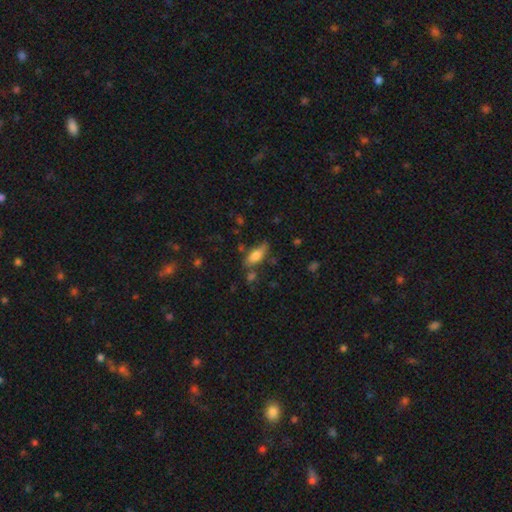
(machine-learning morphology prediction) Smooth or featured: smooth — 70% (featured or disk — 22%)
How rounded: in between — 69% (cigar-shaped — 28%)
Merging: none — 64% (minor disturbance — 21%)